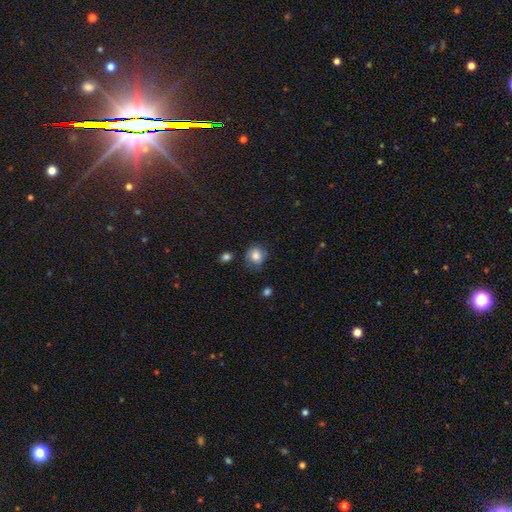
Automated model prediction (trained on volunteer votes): smooth-or-featured: smooth: 81% | featured or disk: 9% | star or artifact: 9%
  how-rounded: round: 79% | in between: 20% | cigar-shaped: 1%
  merging: none: 69% | minor disturbance: 23% | major disturbance: 6% | merger: 2%